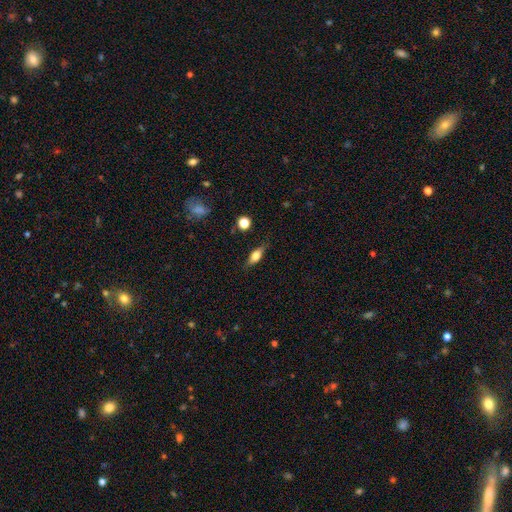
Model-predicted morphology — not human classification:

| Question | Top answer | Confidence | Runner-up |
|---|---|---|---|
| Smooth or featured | smooth | 67% | featured or disk (25%) |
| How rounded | in between | 70% | cigar-shaped (24%) |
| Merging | none | 79% | minor disturbance (16%) |